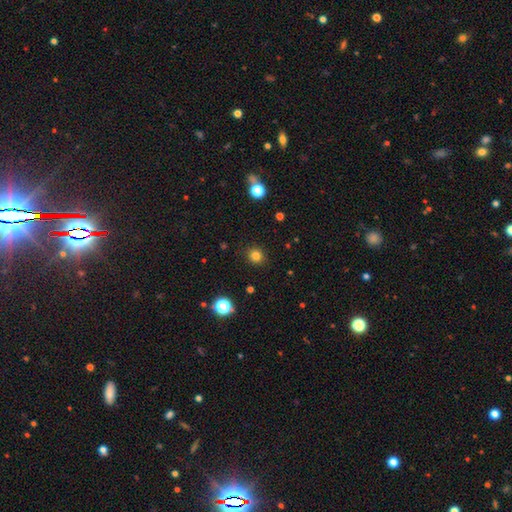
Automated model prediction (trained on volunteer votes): The model was most divided on "smooth or featured": smooth: 81%, star or artifact: 14%, featured or disk: 5%. More confident: merging — none (90%); how rounded — round (86%).